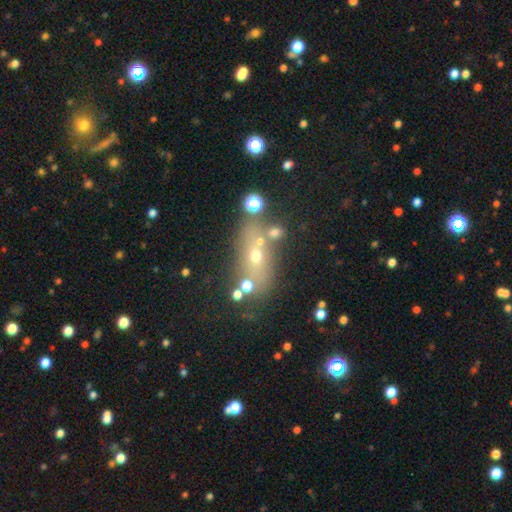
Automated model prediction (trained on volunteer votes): A smooth galaxy with no disk features (41%).

Vote fractions:
- Smooth or featured? smooth: 41% / featured or disk: 32% / star or artifact: 27%
- Merging? none: 57% / merger: 24% / minor disturbance: 12% / major disturbance: 7%